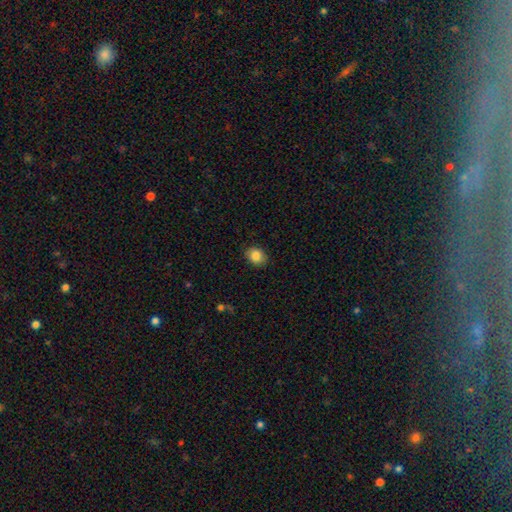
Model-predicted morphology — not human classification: smooth_or_featured: smooth (p=0.85) [alt: star or artifact p=0.09]
how_rounded: round (p=0.52) [alt: in between p=0.47]
merging: none (p=0.87) [alt: minor disturbance p=0.10]